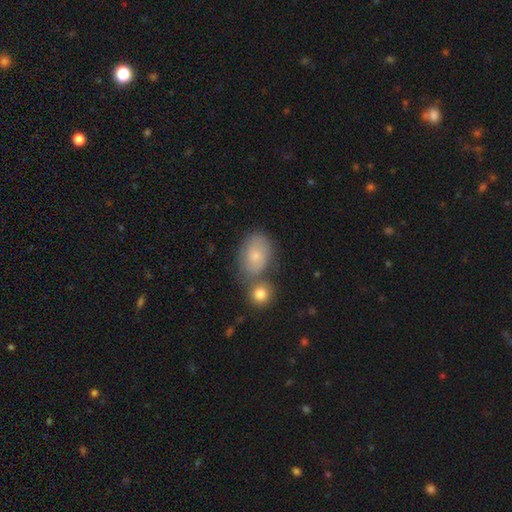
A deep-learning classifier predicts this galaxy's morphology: type=smooth (67%); roundness=in between (72%); merging=none (48%).